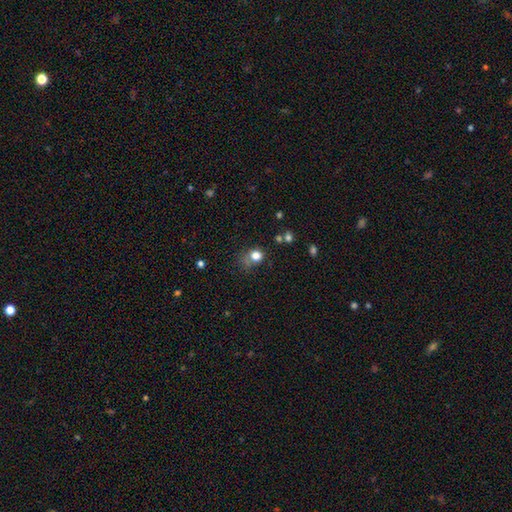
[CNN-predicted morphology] Smooth or featured: smooth — 76% (star or artifact — 17%)
How rounded: round — 72% (in between — 27%)
Merging: none — 52% (minor disturbance — 22%)